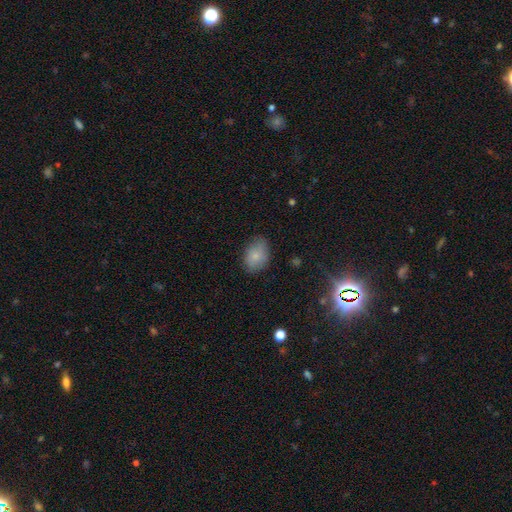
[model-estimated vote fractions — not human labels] smooth_or_featured: smooth (p=0.81) [alt: featured or disk p=0.11]
how_rounded: in between (p=0.79) [alt: round p=0.20]
merging: none (p=0.76) [alt: minor disturbance p=0.19]